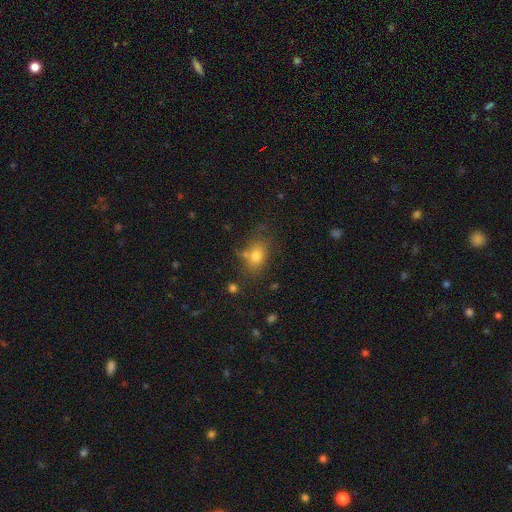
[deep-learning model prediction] This appears to be a smooth galaxy with no disk features (76%) that is in between round and cigar-shaped (69%). Merging: none (69%).